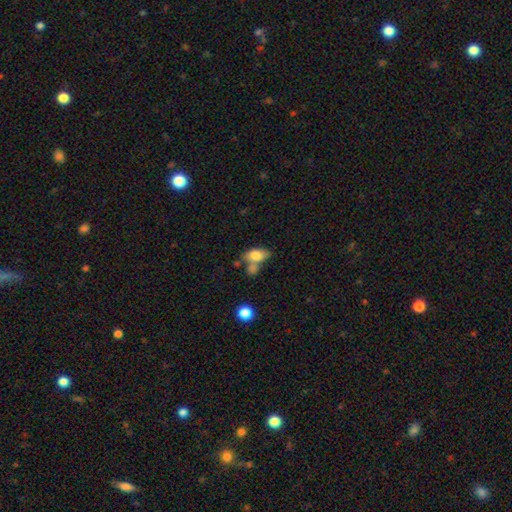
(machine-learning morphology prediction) Overall: smooth (74%). How rounded: in between (86%). Merging: merger (39%; none 31%).